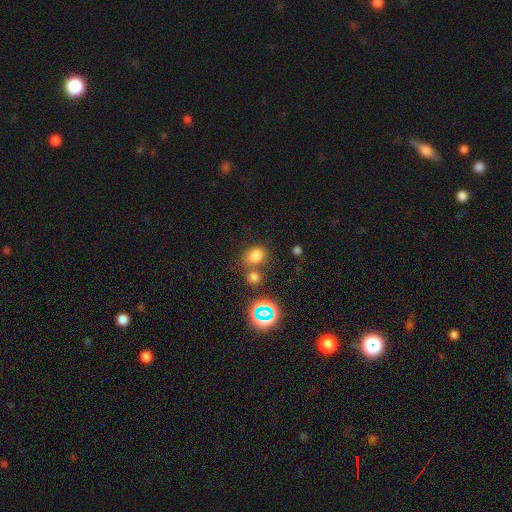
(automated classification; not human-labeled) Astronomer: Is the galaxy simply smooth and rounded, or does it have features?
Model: smooth — 74%.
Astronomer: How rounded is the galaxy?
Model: in between — 54% (runner-up: round, 45%).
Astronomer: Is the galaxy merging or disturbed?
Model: none — 59%.